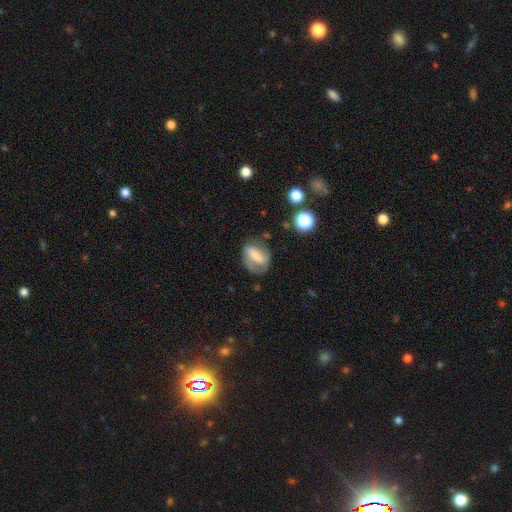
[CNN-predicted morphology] Overall: featured or disk (52%; smooth 39%). Edge-on disk: no (94%). Merging: none (60%; minor disturbance 23%).